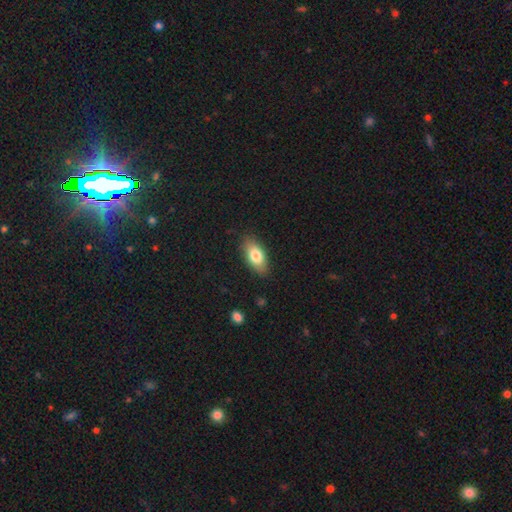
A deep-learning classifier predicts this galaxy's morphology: smooth_or_featured: smooth (p=0.78) [alt: featured or disk p=0.16]
how_rounded: in between (p=0.87) [alt: cigar-shaped p=0.10]
merging: none (p=0.85) [alt: minor disturbance p=0.12]